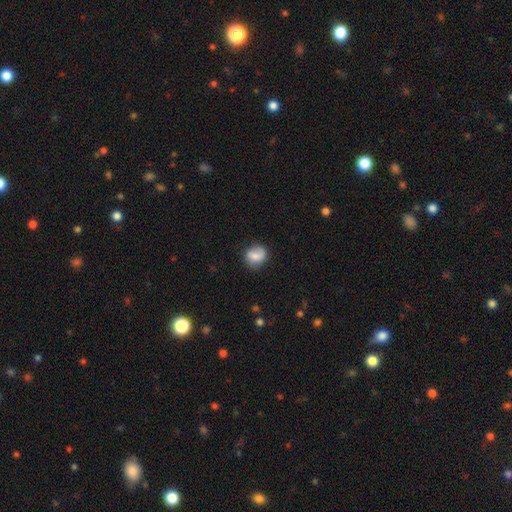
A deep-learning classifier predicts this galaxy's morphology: smooth-or-featured: smooth: 73% | featured or disk: 19% | star or artifact: 8%
  how-rounded: round: 76% | in between: 23% | cigar-shaped: 1%
  merging: none: 74% | minor disturbance: 19% | major disturbance: 5% | merger: 2%